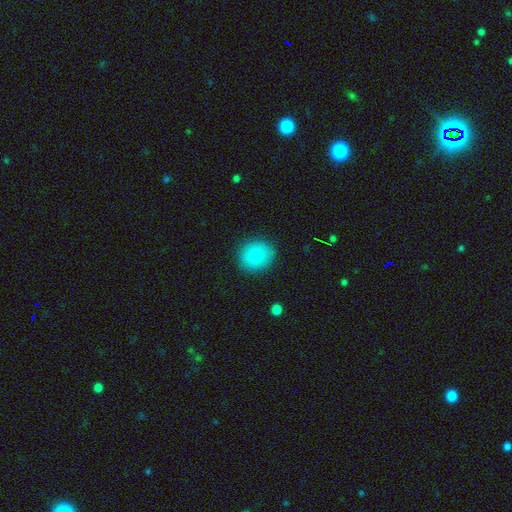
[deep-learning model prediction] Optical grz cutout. It shows a smooth galaxy with no disk features (84%) that is round (78%). Merging: none (87%).